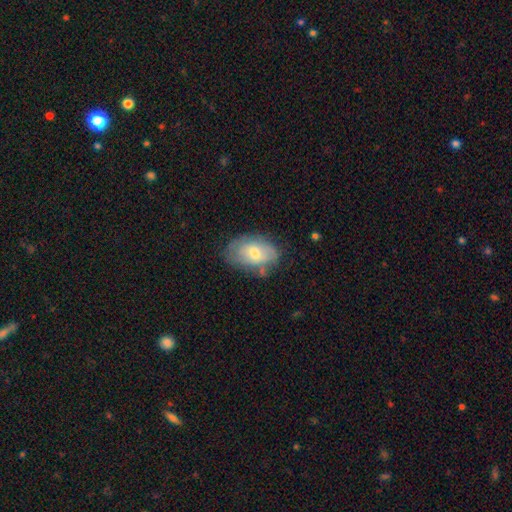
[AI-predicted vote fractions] Overall: smooth (60%; featured or disk 34%). How rounded: in between (89%). Merging: none (61%; minor disturbance 27%).